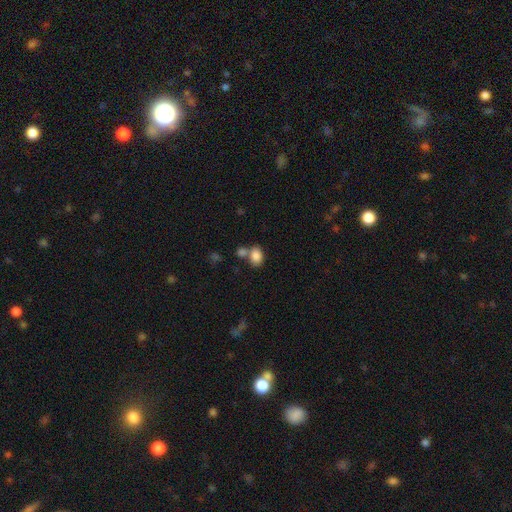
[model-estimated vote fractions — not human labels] smooth 84%, star or artifact 9%, featured or disk 6%. Down the decision tree: how rounded — in between (71%); merging — none (48%).